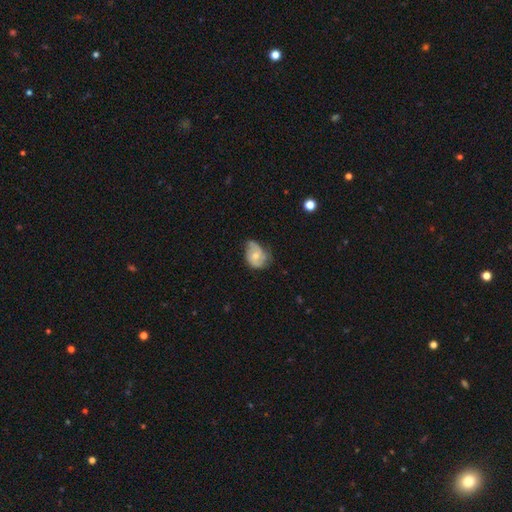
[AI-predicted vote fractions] A featured or disk galaxy (53%) with no bar (69%), spiral arms (80%) and a moderate central bulge (50%). Merging: none (47%).